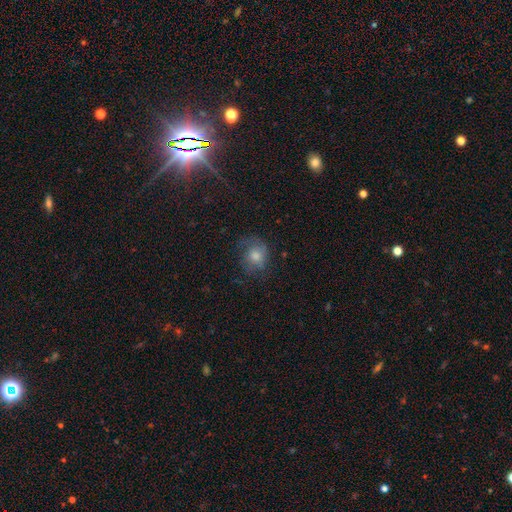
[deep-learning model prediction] Overall: smooth (52%; featured or disk 31%). How rounded: round (73%). Merging: none (62%; minor disturbance 22%).